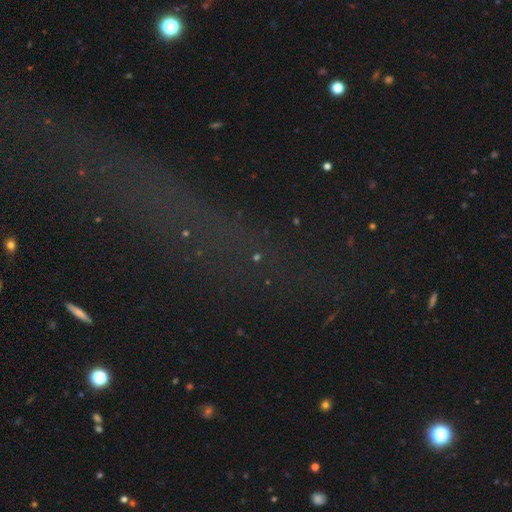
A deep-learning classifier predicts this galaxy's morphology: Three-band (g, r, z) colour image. It shows a star or artifact, not a galaxy (63%).